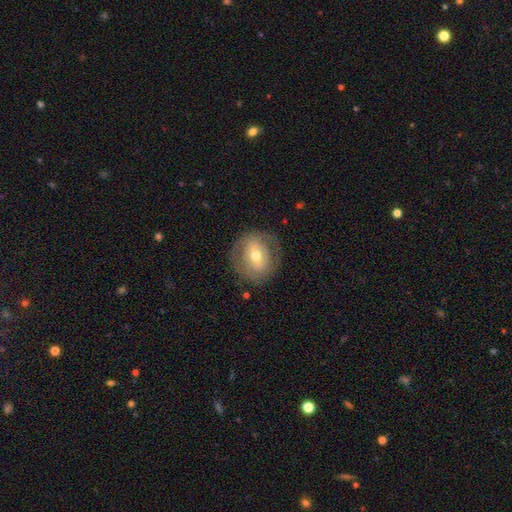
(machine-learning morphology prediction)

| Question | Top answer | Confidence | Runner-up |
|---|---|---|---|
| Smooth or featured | featured or disk | 50% | smooth (42%) |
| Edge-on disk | no | 93% | yes (7%) |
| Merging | none | 77% | minor disturbance (14%) |